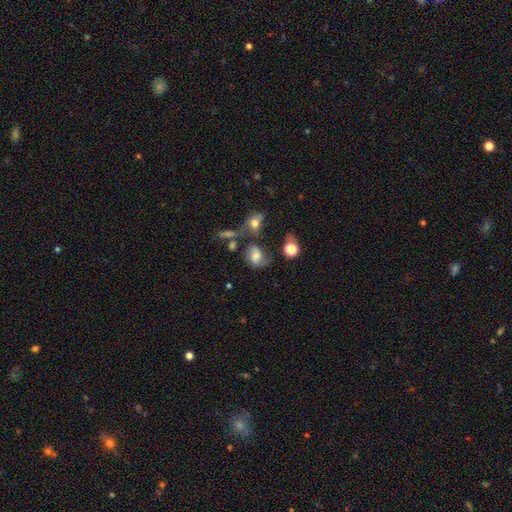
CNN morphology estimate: The model was most divided on "how rounded": in between: 55%, round: 43%, cigar-shaped: 2%. Remaining: smooth or featured — smooth (52%); merging — none (43%).